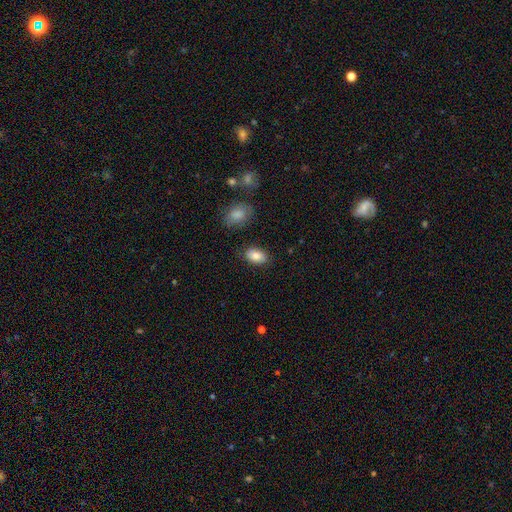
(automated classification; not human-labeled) A smooth galaxy with no disk features (84%) that is in between round and cigar-shaped (90%). Merging: none (83%).